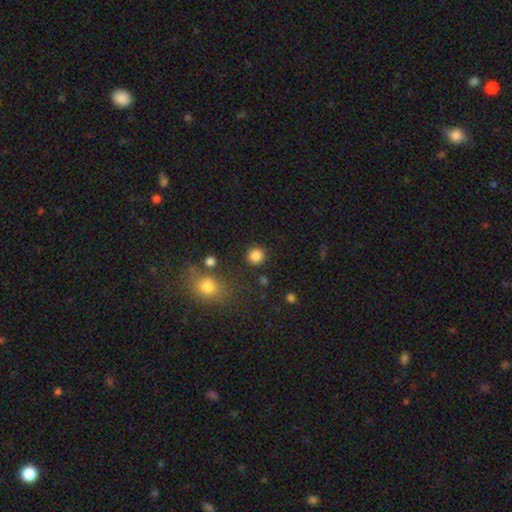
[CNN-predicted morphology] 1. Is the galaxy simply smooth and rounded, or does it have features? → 85% smooth, 11% star or artifact, 4% featured or disk.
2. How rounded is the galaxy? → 92% round, 7% in between, 1% cigar-shaped.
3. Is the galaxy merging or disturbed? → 88% none, 7% minor disturbance, 3% major disturbance, 2% merger.